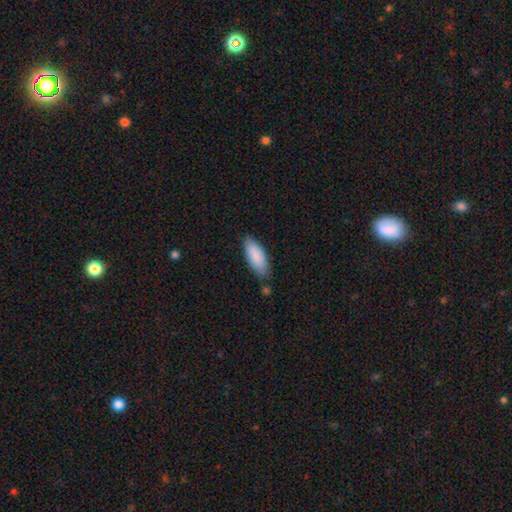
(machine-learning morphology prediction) smooth_or_featured: smooth (p=0.87) [alt: featured or disk p=0.08]
how_rounded: in between (p=0.74) [alt: cigar-shaped p=0.25]
merging: none (p=0.75) [alt: minor disturbance p=0.18]